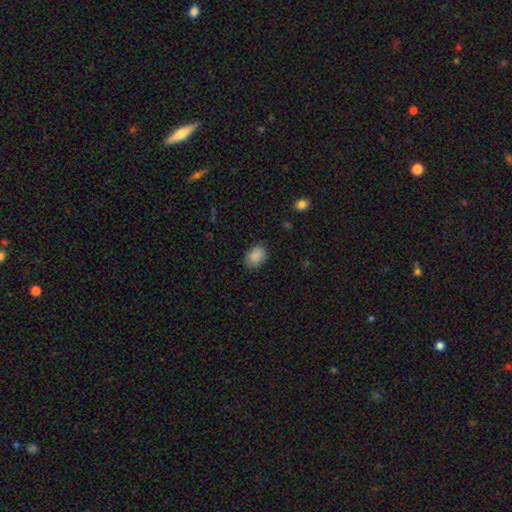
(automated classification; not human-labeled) This appears to be a smooth galaxy with no disk features (89%) that is in between round and cigar-shaped (71%). Merging: none (82%).